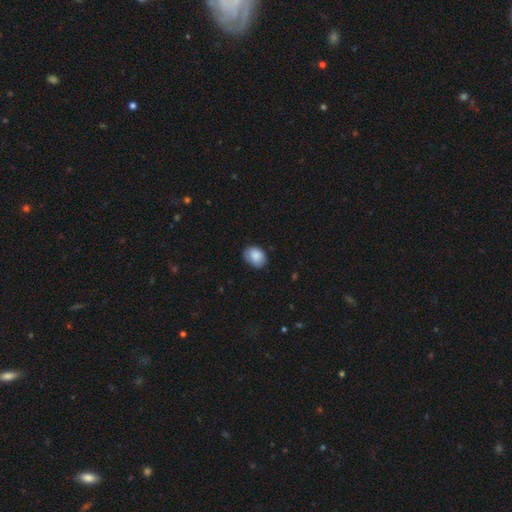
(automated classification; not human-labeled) This appears to be a smooth galaxy with no disk features (87%) that is in between round and cigar-shaped (67%). Merging: none (76%).